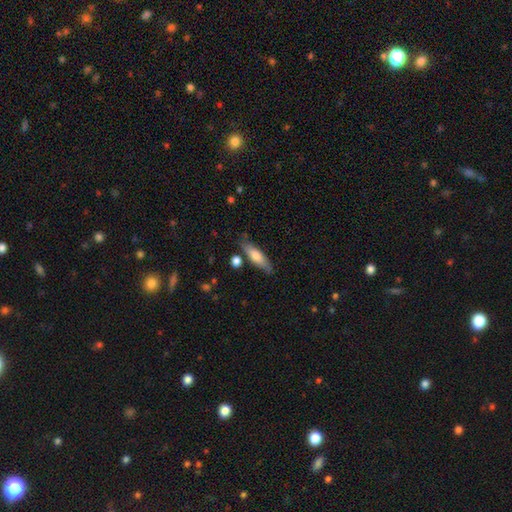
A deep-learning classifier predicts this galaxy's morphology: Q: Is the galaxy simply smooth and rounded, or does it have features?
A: smooth — 69%.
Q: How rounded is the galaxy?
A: cigar-shaped — 60%.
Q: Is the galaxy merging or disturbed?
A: none — 77%.